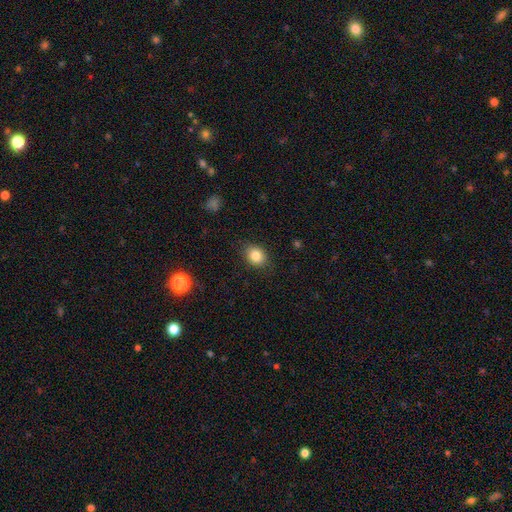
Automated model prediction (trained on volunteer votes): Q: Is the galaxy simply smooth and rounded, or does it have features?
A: smooth — 83%.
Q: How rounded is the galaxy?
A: in between — 52%.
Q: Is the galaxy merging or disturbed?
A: none — 84%.